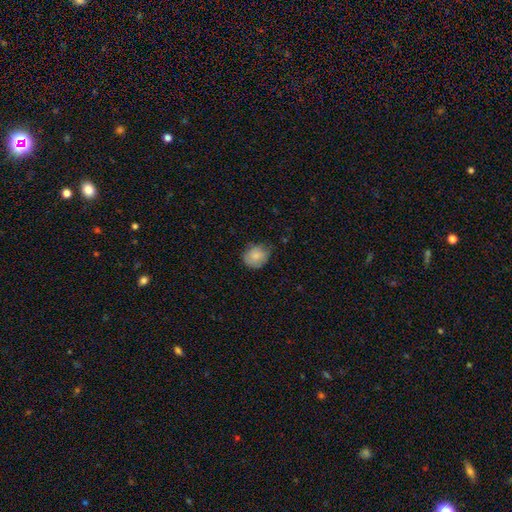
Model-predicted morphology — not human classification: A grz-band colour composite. It shows a smooth galaxy with no disk features (82%) that is round (72%). Merging: none (63%).